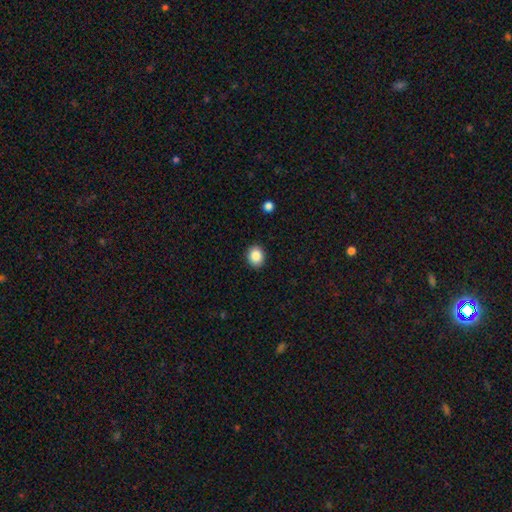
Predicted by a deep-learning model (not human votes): smooth_or_featured: smooth (p=0.87) [alt: star or artifact p=0.09]
how_rounded: round (p=0.60) [alt: in between p=0.39]
merging: none (p=0.90) [alt: minor disturbance p=0.07]